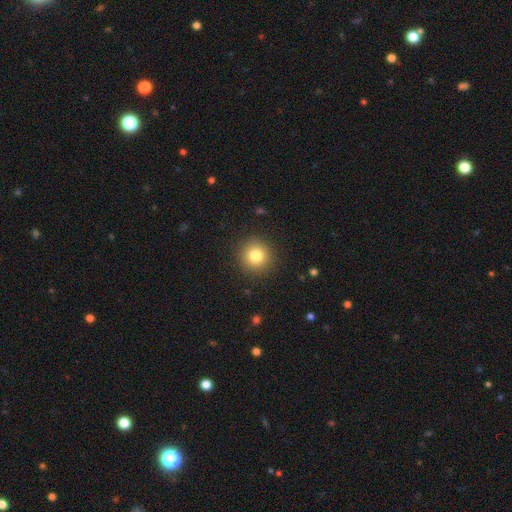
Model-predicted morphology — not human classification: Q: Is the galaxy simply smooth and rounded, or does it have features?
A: smooth — 81%.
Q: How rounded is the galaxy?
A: round — 94%.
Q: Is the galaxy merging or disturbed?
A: none — 91%.